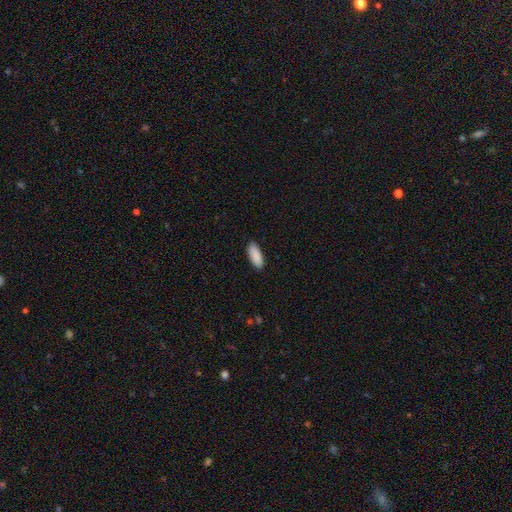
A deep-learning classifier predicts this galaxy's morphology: Smooth or featured: smooth — 91% (star or artifact — 6%)
How rounded: in between — 78% (cigar-shaped — 20%)
Merging: none — 88% (minor disturbance — 9%)